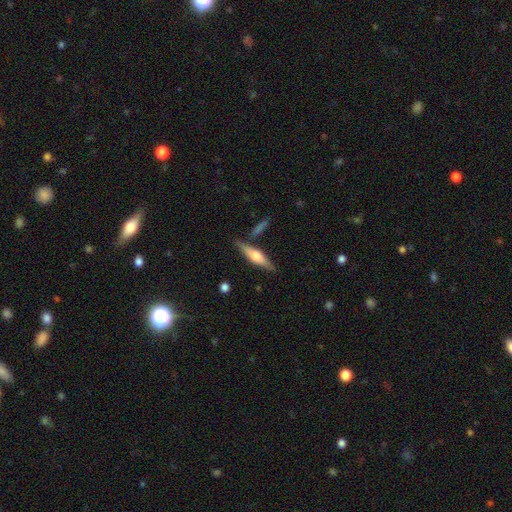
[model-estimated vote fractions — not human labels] smooth_or_featured: featured or disk (p=0.57) [alt: smooth p=0.37]
disk_edge_on: yes (p=0.95) [alt: no p=0.05]
edge_on_bulge: rounded (p=0.84) [alt: boxy p=0.12]
merging: none (p=0.79) [alt: minor disturbance p=0.12]